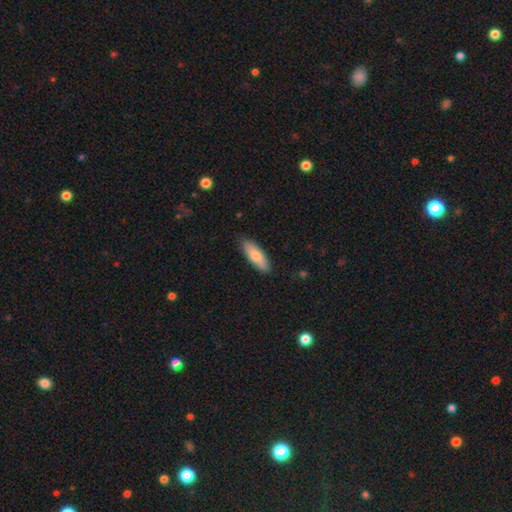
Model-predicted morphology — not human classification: Overall: smooth (77%). How rounded: in between (59%; cigar-shaped 39%). Merging: none (87%).